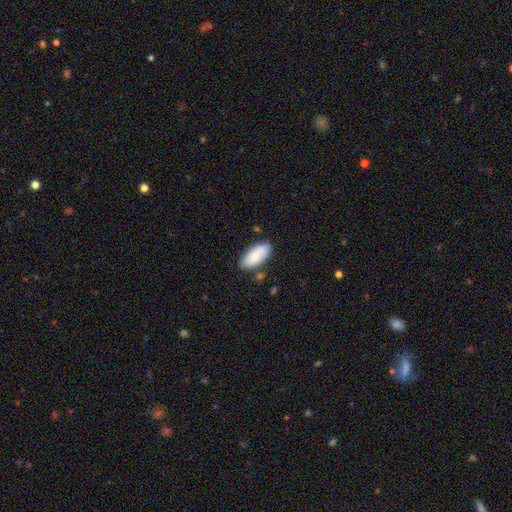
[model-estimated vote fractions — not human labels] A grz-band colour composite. It shows a smooth galaxy with no disk features (81%) that is in between round and cigar-shaped (92%). Merging: none (78%).